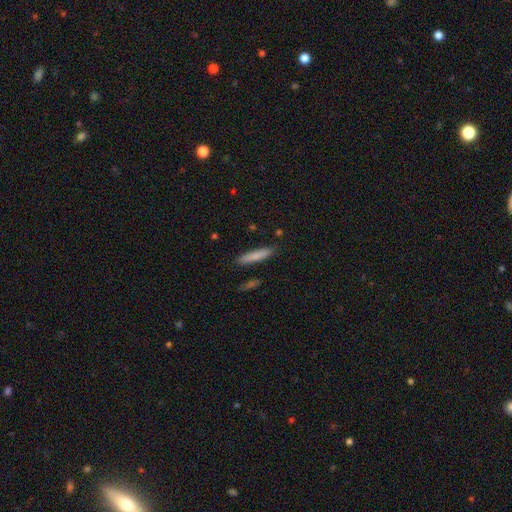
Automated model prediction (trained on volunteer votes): This appears to be a smooth galaxy with no disk features (81%) that is cigar-shaped (89%). Merging: none (87%).